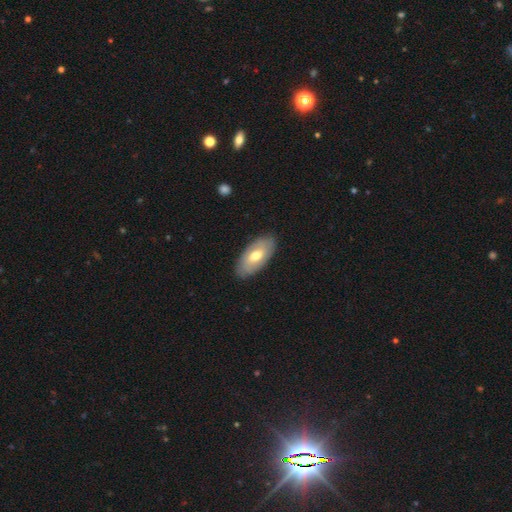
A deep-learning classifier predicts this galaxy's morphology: smooth 58%, featured or disk 37%, star or artifact 5%. Down the decision tree: how rounded — in between (92%); merging — none (85%).